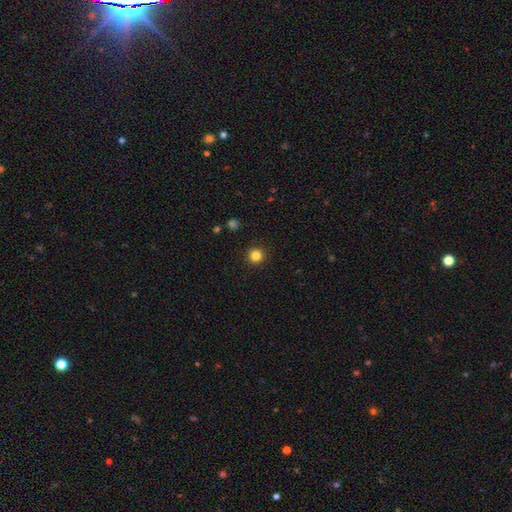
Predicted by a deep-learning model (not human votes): The model was most divided on "smooth or featured": smooth: 83%, star or artifact: 13%, featured or disk: 4%. More confident: how rounded — round (95%); merging — none (93%).